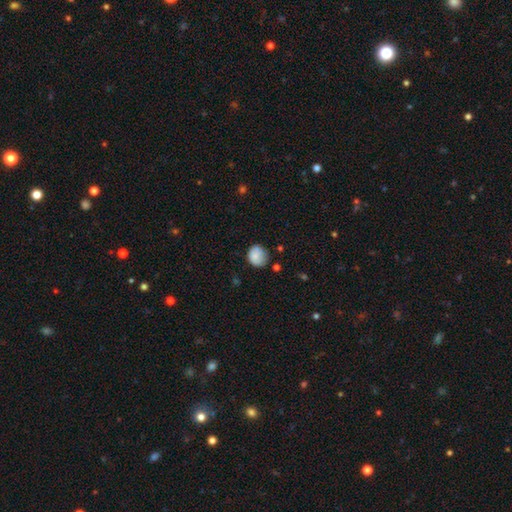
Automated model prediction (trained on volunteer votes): Smooth or featured: smooth — 81% (featured or disk — 11%)
How rounded: round — 67% (in between — 32%)
Merging: none — 65% (minor disturbance — 26%)